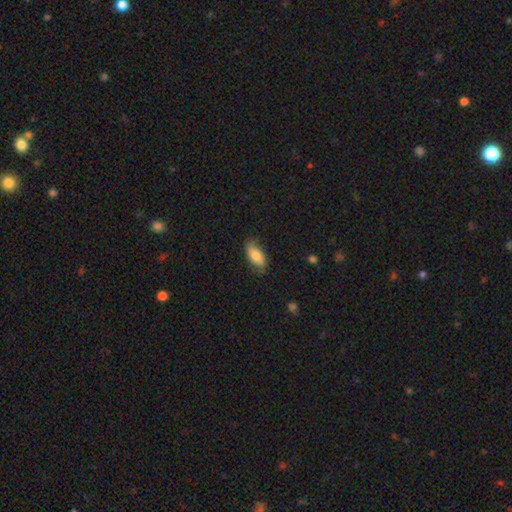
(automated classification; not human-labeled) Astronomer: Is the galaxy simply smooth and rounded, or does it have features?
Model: smooth — 76%.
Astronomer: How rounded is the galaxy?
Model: in between — 87%.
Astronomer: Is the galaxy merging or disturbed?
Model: none — 72%.